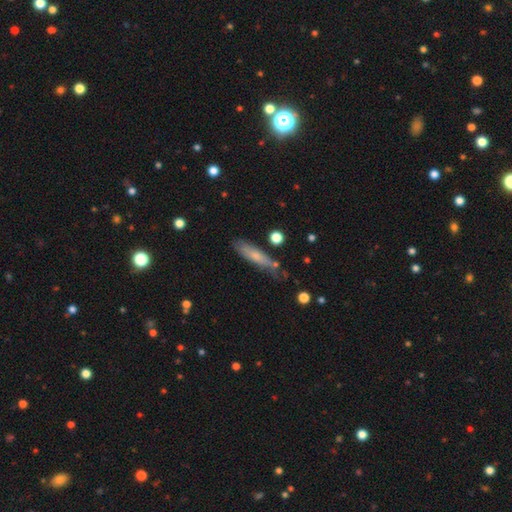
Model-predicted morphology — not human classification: Smooth or featured? smooth (69%)
How rounded? cigar-shaped (75%)
Merging? none (64%)